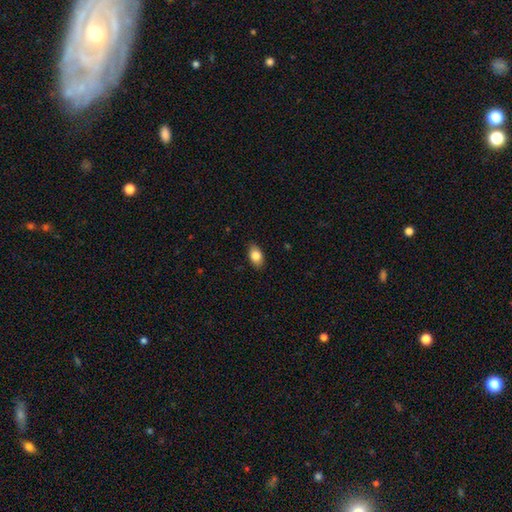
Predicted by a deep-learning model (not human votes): smooth 84%, featured or disk 9%, star or artifact 8%. Down the decision tree: how rounded — in between (88%); merging — none (87%).